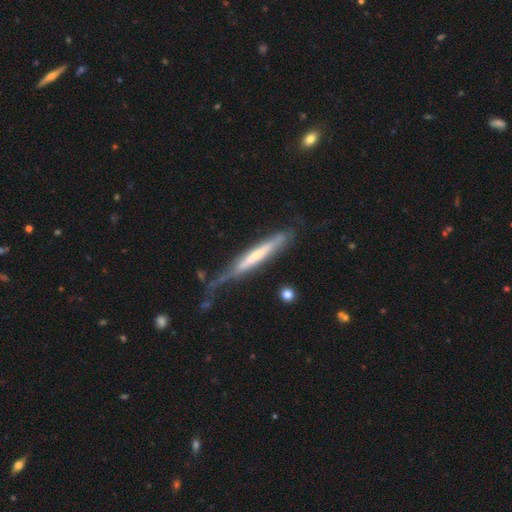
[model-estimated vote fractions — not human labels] Overall: featured or disk (64%; smooth 31%). Edge-on disk: yes (82%). Edge-on bulge: none (52%; rounded 38%). Merging: none (43%; minor disturbance 31%).